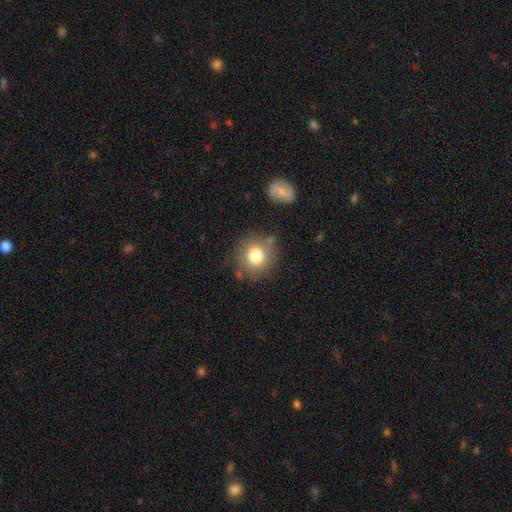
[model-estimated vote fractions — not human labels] smooth-or-featured: smooth: 79% | featured or disk: 11% | star or artifact: 11%
  how-rounded: round: 90% | in between: 9% | cigar-shaped: 1%
  merging: none: 77% | minor disturbance: 12% | merger: 6% | major disturbance: 5%